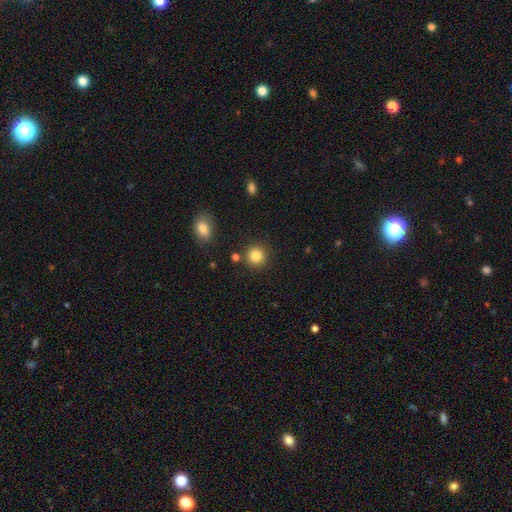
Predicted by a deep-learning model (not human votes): This appears to be a smooth galaxy with no disk features (85%) that is round (91%). Merging: none (84%).